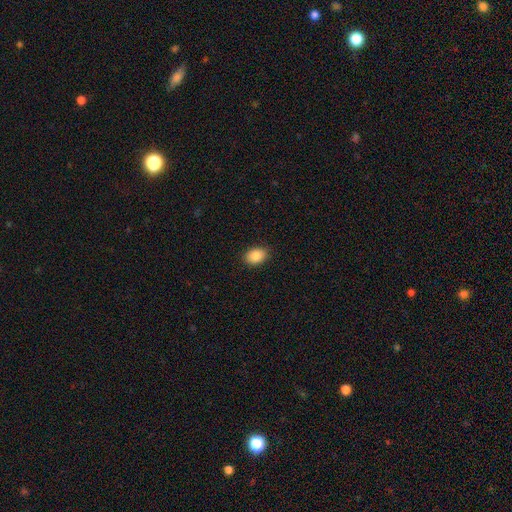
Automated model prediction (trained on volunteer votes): The model was most divided on "how rounded": in between: 76%, round: 23%, cigar-shaped: 1%. More confident: merging — none (88%); smooth or featured — smooth (88%).